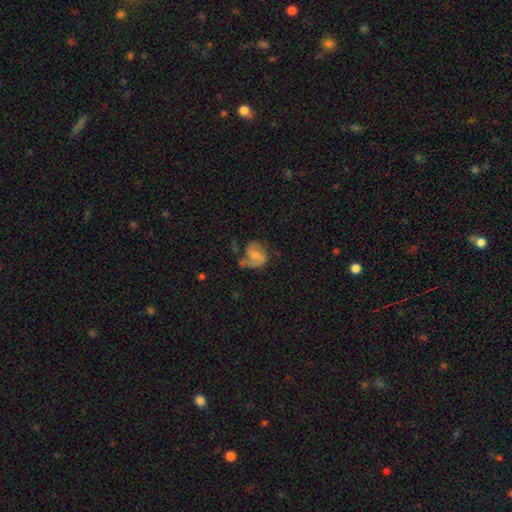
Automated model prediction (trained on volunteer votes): Smooth or featured? featured or disk (47%)
Merging? none (35%)